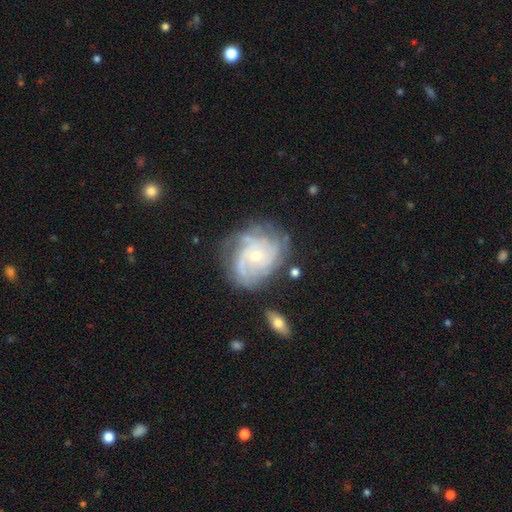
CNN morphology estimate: type=featured or disk (84%); edge-on=no (97%); bar=no (76%); spiral arms=yes (94%); winding=tight (60%); arm count=can't tell (33%); bulge=small (64%); merging=none (66%).